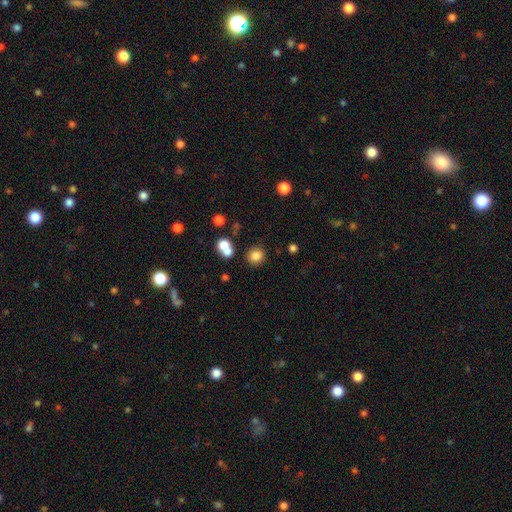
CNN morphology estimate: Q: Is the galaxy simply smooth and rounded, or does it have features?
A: smooth — 81%.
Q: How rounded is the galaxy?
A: round — 83%.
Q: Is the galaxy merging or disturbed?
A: none — 77%.